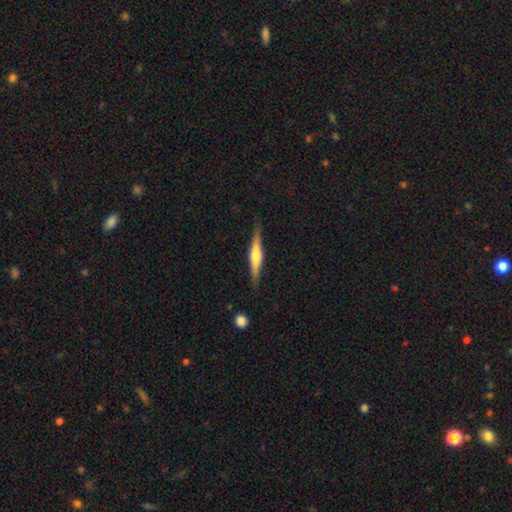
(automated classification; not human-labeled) smooth_or_featured: featured or disk (p=0.62) [alt: smooth p=0.32]
disk_edge_on: yes (p=0.97) [alt: no p=0.03]
edge_on_bulge: rounded (p=0.80) [alt: boxy p=0.13]
merging: none (p=0.87) [alt: minor disturbance p=0.10]